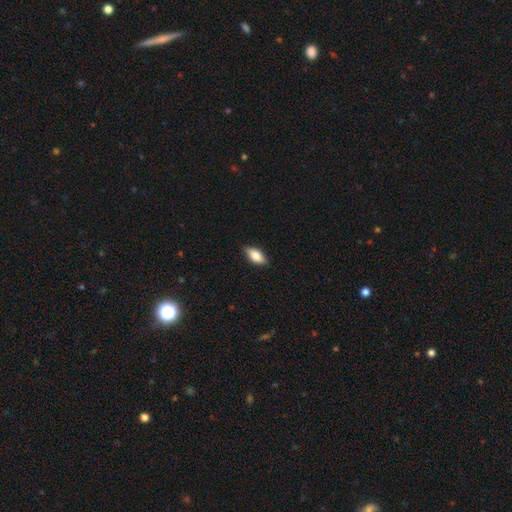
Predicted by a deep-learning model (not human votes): Overall: smooth (74%). How rounded: in between (85%). Merging: none (85%).